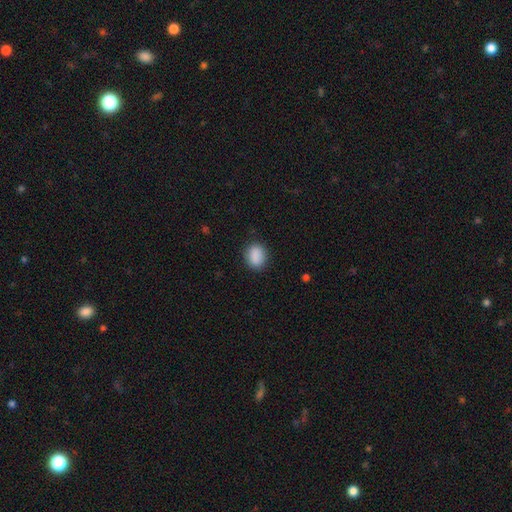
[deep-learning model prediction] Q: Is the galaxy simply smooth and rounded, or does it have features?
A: smooth — 89%.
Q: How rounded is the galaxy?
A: in between — 56%.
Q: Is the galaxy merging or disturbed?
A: none — 86%.